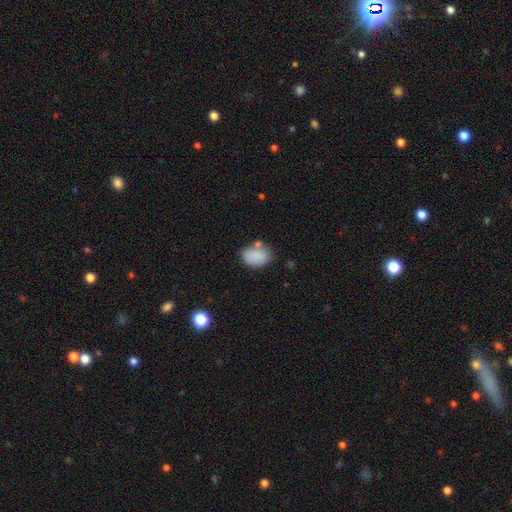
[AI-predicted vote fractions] Overall: smooth (85%). How rounded: in between (75%). Merging: none (67%).